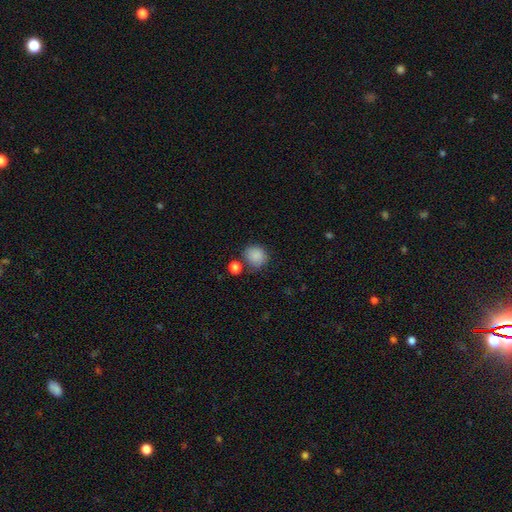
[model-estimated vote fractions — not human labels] This appears to be a smooth galaxy with no disk features (87%) that is round (81%). Merging: none (74%).